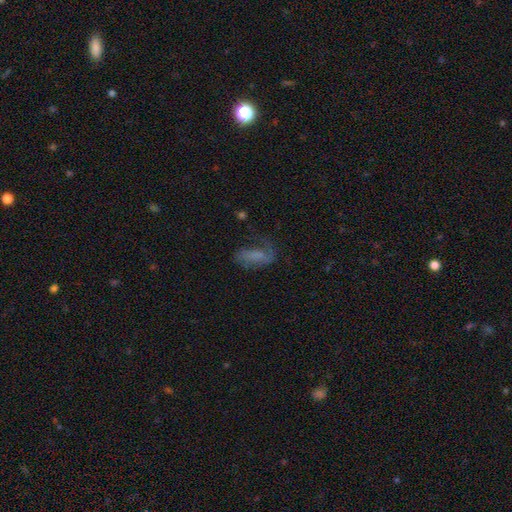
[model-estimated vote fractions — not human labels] smooth-or-featured: featured or disk: 45% | smooth: 42% | star or artifact: 13%
  merging: none: 38% | major disturbance: 37% | minor disturbance: 22% | merger: 3%